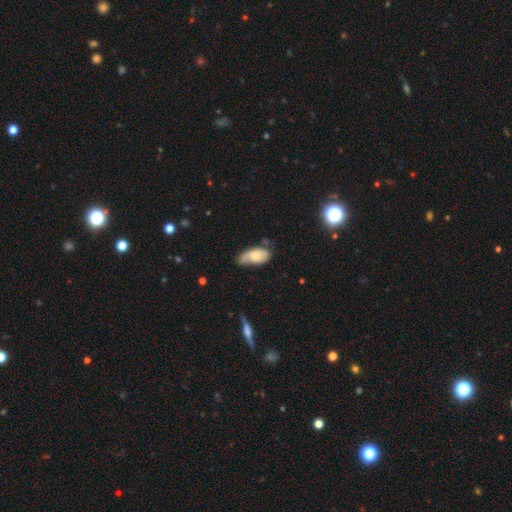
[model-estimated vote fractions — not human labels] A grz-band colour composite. It shows a smooth galaxy with no disk features (62%) that is in between round and cigar-shaped (91%). Merging: none (43%).